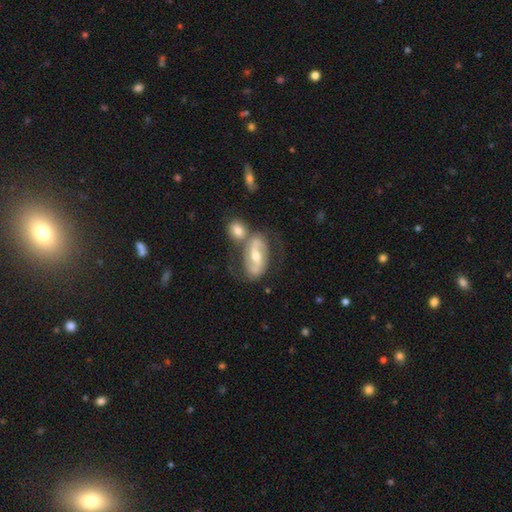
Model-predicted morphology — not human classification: Q: Smooth or featured?
A: featured or disk (79%); runner-up: smooth (15%)
Q: Edge-on disk?
A: no (95%); runner-up: yes (5%)
Q: Bar?
A: strong (41%); runner-up: weak (37%)
Q: Spiral arms?
A: yes (88%); runner-up: no (12%)
Q: Spiral winding?
A: medium (47%); runner-up: loose (30%)
Q: Spiral arm count?
A: 2 (88%); runner-up: can't tell (7%)
Q: Bulge size?
A: moderate (67%); runner-up: small (25%)
Q: Merging?
A: none (50%); runner-up: merger (27%)